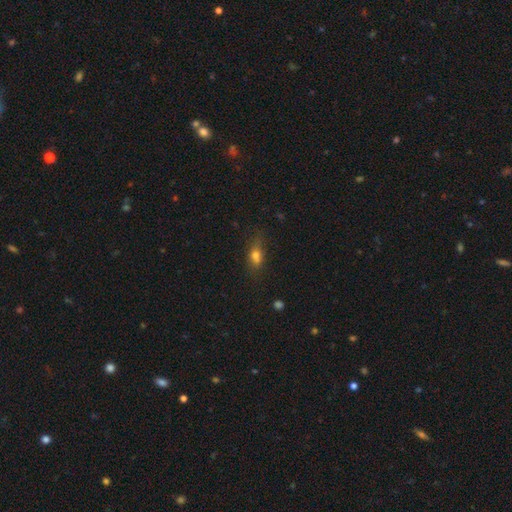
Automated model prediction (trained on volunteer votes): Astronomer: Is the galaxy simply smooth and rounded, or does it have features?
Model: smooth — 72%.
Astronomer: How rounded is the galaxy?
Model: in between — 72%.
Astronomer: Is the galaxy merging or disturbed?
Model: none — 65%.